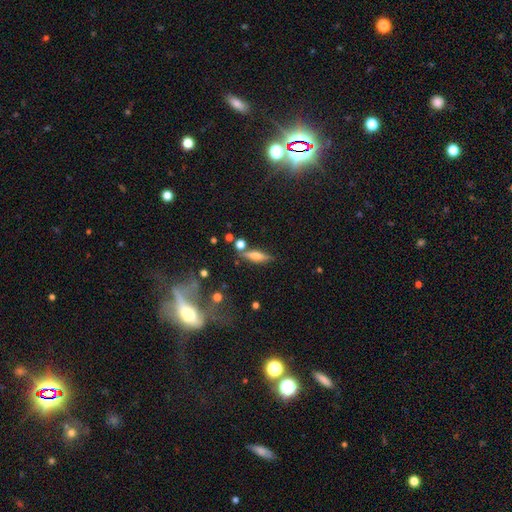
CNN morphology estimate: smooth-or-featured: smooth: 47% | featured or disk: 44% | star or artifact: 9%
  merging: none: 74% | minor disturbance: 13% | merger: 9% | major disturbance: 4%